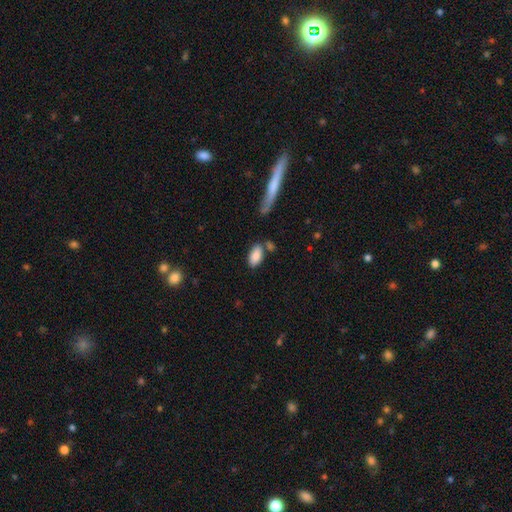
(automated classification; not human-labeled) smooth 87%, star or artifact 7%, featured or disk 6%. Down the decision tree: how rounded — in between (92%); merging — none (69%).